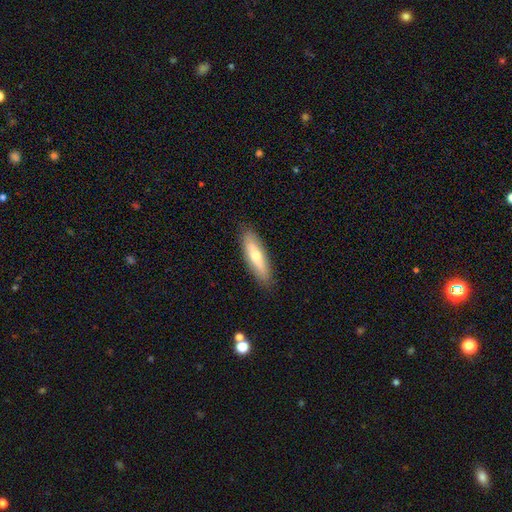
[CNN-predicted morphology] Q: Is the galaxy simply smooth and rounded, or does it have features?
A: smooth — 58%.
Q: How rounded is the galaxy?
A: cigar-shaped — 61%.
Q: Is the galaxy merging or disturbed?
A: none — 87%.